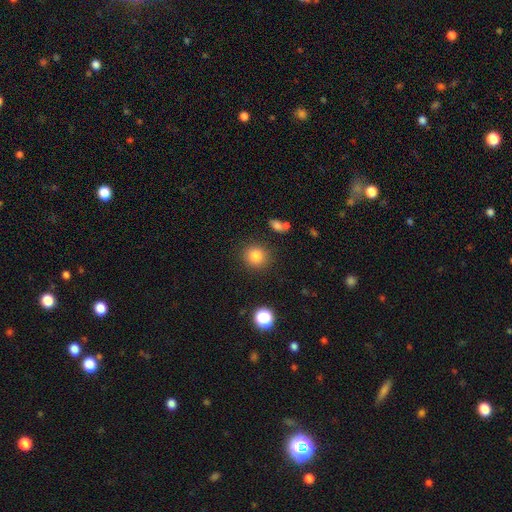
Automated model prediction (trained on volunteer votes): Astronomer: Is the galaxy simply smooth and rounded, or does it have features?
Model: smooth — 83%.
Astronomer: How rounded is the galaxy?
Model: round — 89%.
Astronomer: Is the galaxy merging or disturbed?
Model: none — 87%.